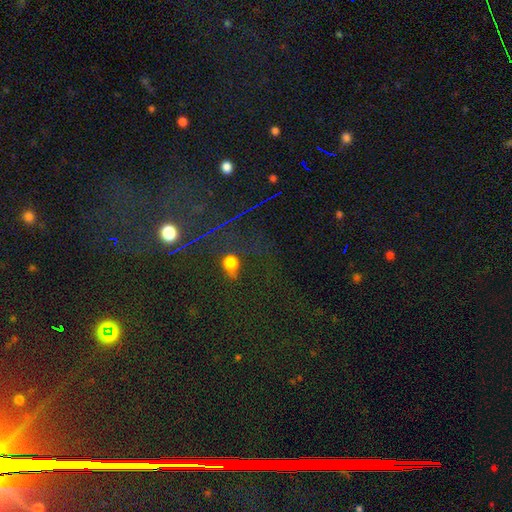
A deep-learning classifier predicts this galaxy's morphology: This is clearly a star or artifact rather than a galaxy (81%).